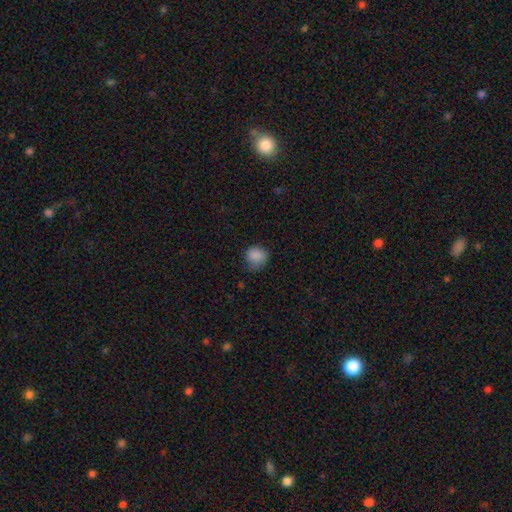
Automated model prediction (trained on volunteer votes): smooth-or-featured: smooth: 86% | star or artifact: 9% | featured or disk: 5%
  how-rounded: round: 85% | in between: 14% | cigar-shaped: 1%
  merging: none: 65% | minor disturbance: 26% | major disturbance: 7% | merger: 1%